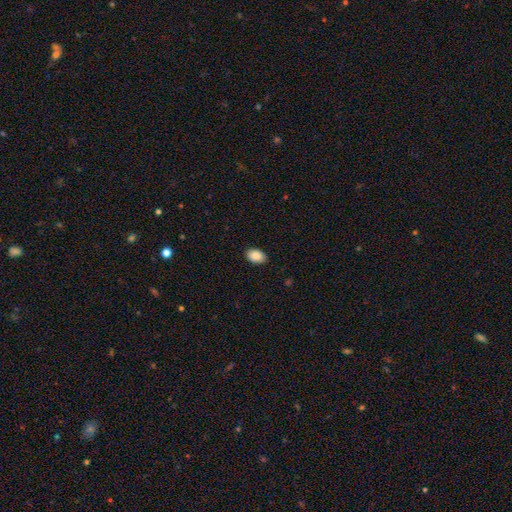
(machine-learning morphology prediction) Smooth or featured?
  - smooth: 89% *
  - star or artifact: 7%
  - featured or disk: 4%
How rounded?
  - in between: 85% *
  - round: 14%
  - cigar-shaped: 1%
Merging?
  - none: 89% *
  - minor disturbance: 9%
  - major disturbance: 2%
  - merger: 1%